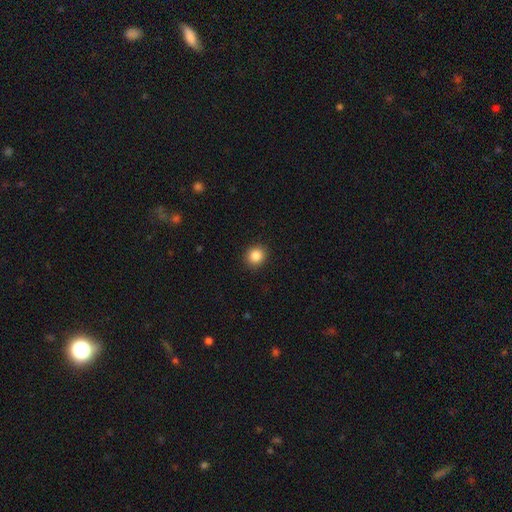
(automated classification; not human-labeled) smooth 86%, star or artifact 10%, featured or disk 4%. Down the decision tree: how rounded — round (84%); merging — none (92%).